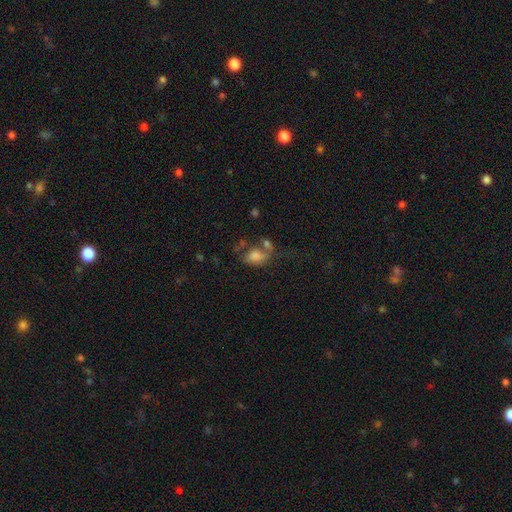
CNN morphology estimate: type=smooth (68%); roundness=in between (79%); merging=merger (32%).